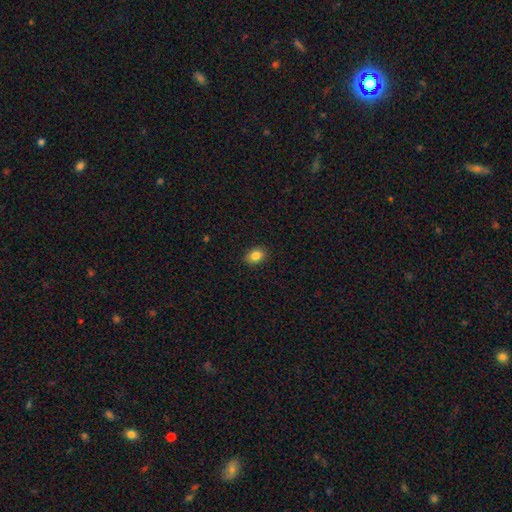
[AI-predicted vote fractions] A smooth galaxy with no disk features (85%) that is in between round and cigar-shaped (65%).

Vote fractions:
- Smooth or featured? smooth: 85% / star or artifact: 10% / featured or disk: 6%
- How rounded? in between: 65% / round: 34% / cigar-shaped: 1%
- Merging? none: 88% / minor disturbance: 9% / major disturbance: 2% / merger: 1%